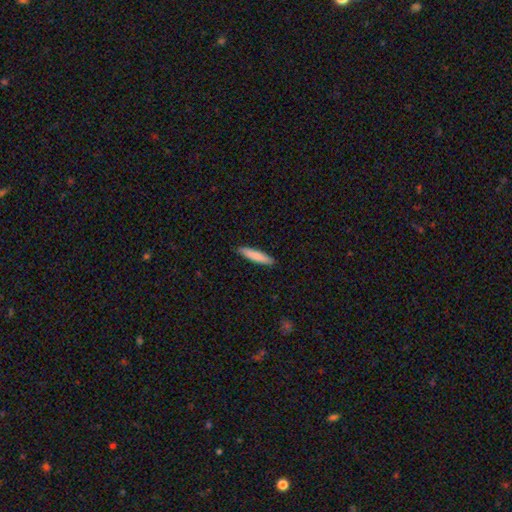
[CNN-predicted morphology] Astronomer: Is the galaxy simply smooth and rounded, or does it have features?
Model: smooth — 84%.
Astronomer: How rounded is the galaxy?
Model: cigar-shaped — 86%.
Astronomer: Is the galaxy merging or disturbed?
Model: none — 90%.